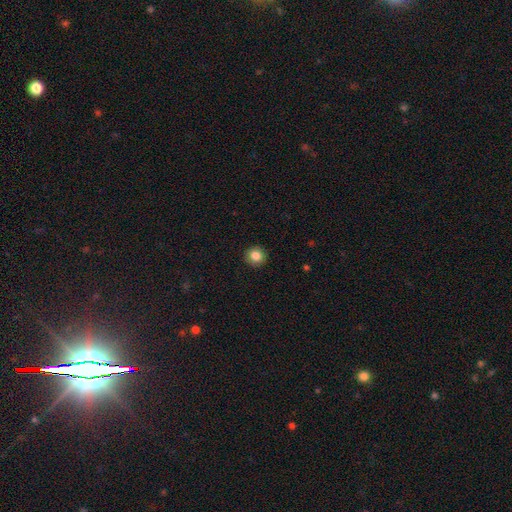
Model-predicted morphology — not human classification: type=smooth (85%); roundness=round (91%); merging=none (92%).